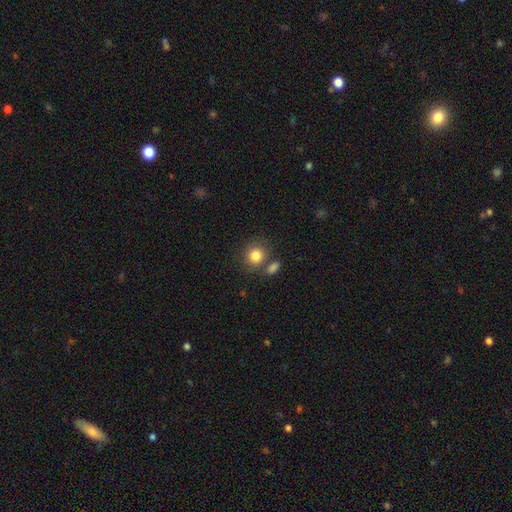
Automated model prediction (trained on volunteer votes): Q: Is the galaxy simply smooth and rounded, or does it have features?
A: smooth — 84%.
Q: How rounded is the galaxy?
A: round — 80%.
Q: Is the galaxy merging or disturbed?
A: none — 65%.